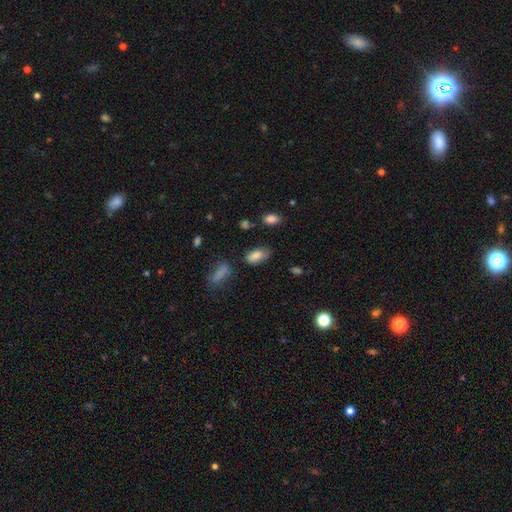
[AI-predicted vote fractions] A smooth galaxy with no disk features (82%) that is in between round and cigar-shaped (92%). Merging: none (65%).